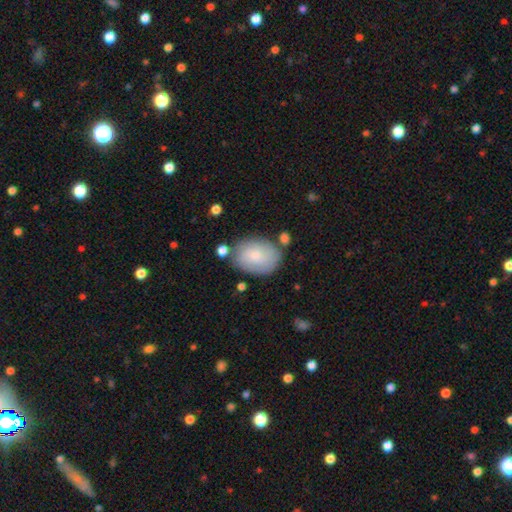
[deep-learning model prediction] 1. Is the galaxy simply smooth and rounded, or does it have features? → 71% smooth, 22% featured or disk, 7% star or artifact.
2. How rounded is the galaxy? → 75% in between, 24% round, 1% cigar-shaped.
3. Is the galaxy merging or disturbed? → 68% none, 20% minor disturbance, 6% merger, 5% major disturbance.